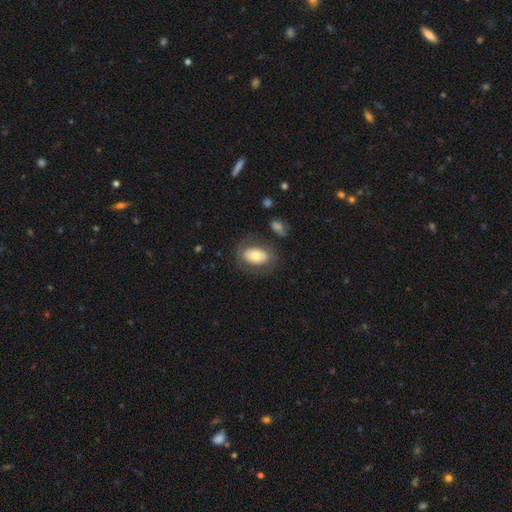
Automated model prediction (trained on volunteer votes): smooth-or-featured: smooth: 65% | featured or disk: 28% | star or artifact: 7%
  how-rounded: in between: 85% | round: 14% | cigar-shaped: 1%
  merging: none: 73% | minor disturbance: 15% | major disturbance: 9% | merger: 4%